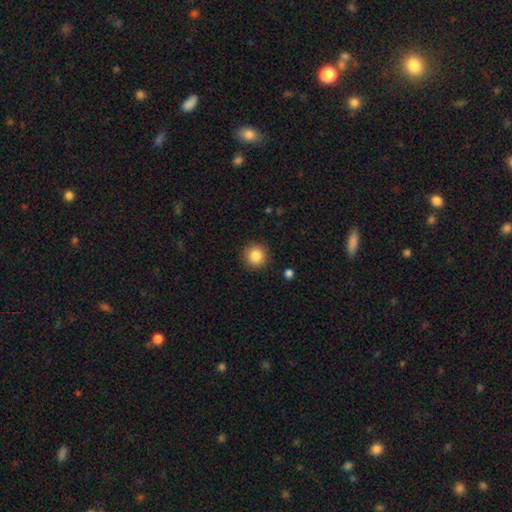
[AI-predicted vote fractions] Overall: smooth (85%). How rounded: round (94%). Merging: none (91%).